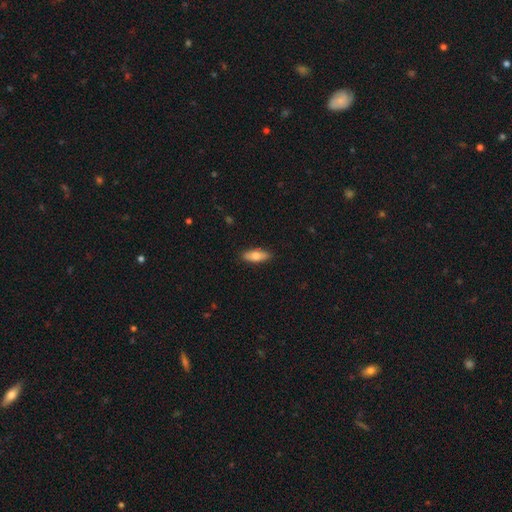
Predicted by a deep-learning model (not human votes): This appears to be a smooth galaxy with no disk features (73%) that is in between round and cigar-shaped (67%). Merging: none (88%).